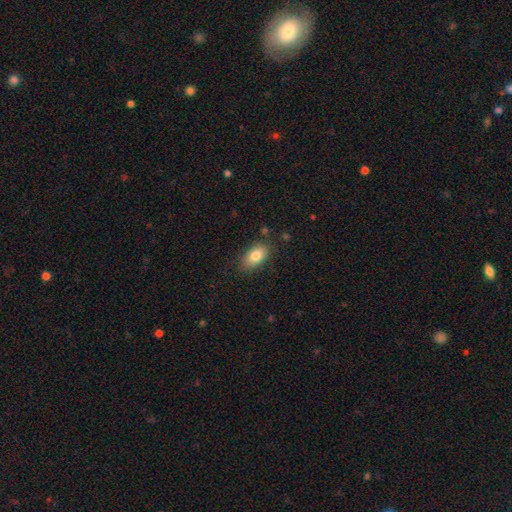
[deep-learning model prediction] This appears to be a smooth galaxy with no disk features (82%) that is in between round and cigar-shaped (89%). Merging: none (80%).